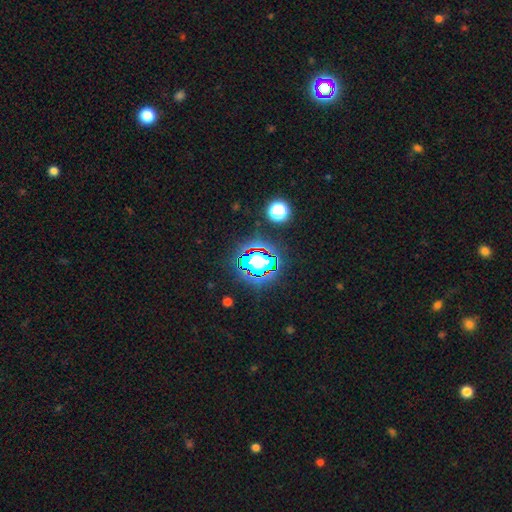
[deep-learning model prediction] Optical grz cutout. It shows a star or artifact, not a galaxy (72%).